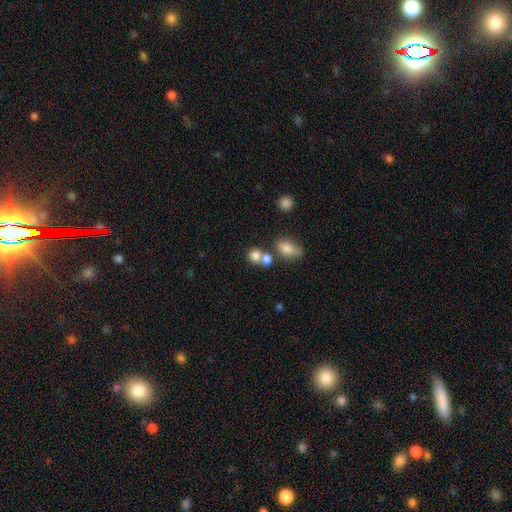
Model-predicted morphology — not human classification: smooth 80%, star or artifact 11%, featured or disk 9%. Down the decision tree: how rounded — round (70%); merging — merger (45%).